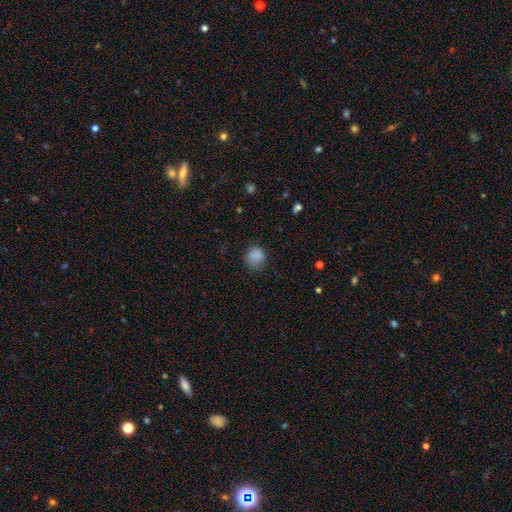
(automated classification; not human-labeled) Smooth or featured? Predicted: smooth (p=0.84). How rounded? Predicted: round (p=0.73). Merging? Predicted: none (p=0.68).